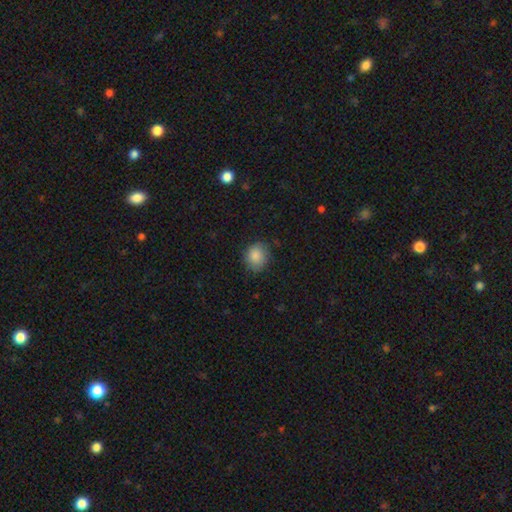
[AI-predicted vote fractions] Smooth or featured? smooth (86%)
How rounded? round (70%)
Merging? none (77%)